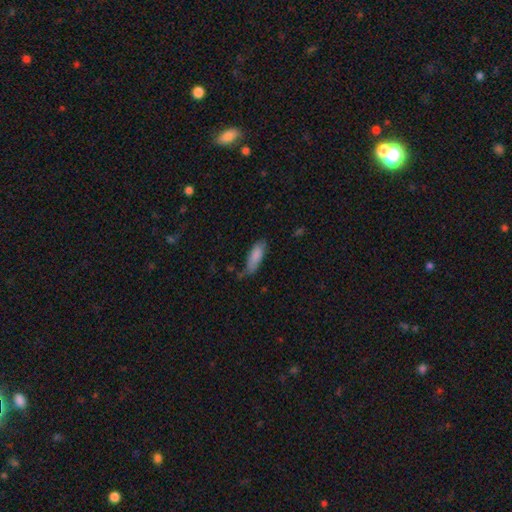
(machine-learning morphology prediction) Smooth or featured: smooth — 84% (featured or disk — 9%)
How rounded: in between — 69% (cigar-shaped — 30%)
Merging: none — 53% (minor disturbance — 34%)